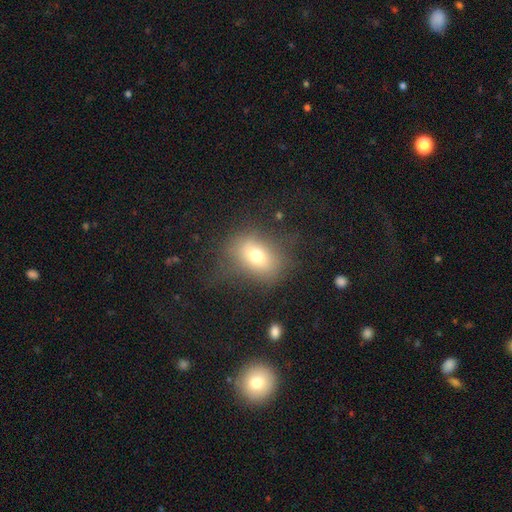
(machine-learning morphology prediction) The model was most divided on "how rounded": in between: 64%, round: 34%, cigar-shaped: 2%. More confident: smooth or featured — smooth (68%); merging — none (63%).